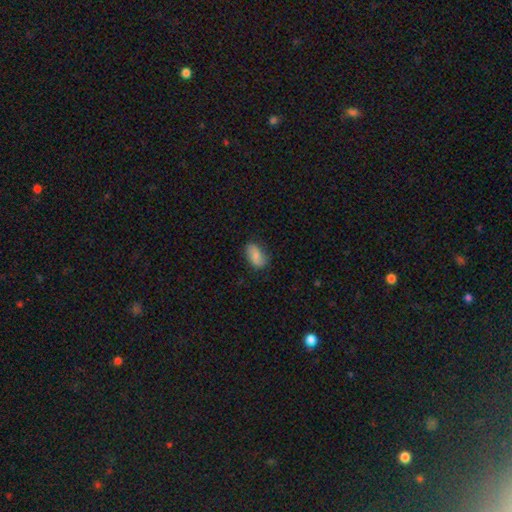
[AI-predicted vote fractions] A smooth galaxy with no disk features (74%) that is in between round and cigar-shaped (91%). Merging: none (75%).